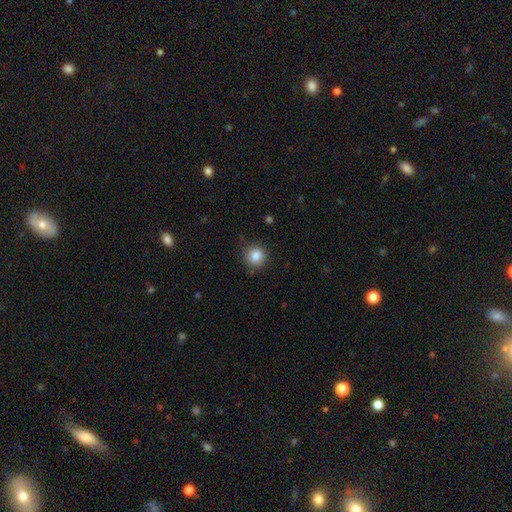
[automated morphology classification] Q: Smooth or featured?
A: smooth (85%); runner-up: star or artifact (10%)
Q: How rounded?
A: round (93%); runner-up: in between (6%)
Q: Merging?
A: none (87%); runner-up: minor disturbance (10%)